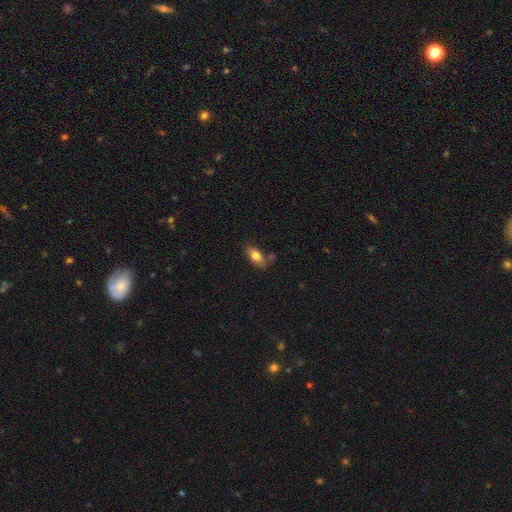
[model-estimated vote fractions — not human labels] smooth 79%, featured or disk 14%, star or artifact 8%. Down the decision tree: how rounded — in between (87%); merging — none (64%).